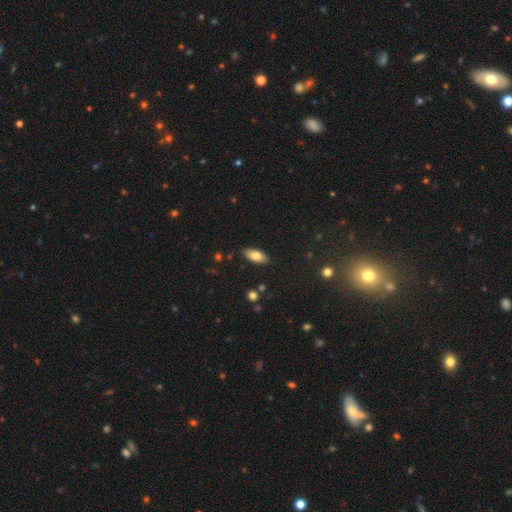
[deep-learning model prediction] This appears to be a smooth galaxy with no disk features (79%) that is in between round and cigar-shaped (88%). Merging: none (86%).